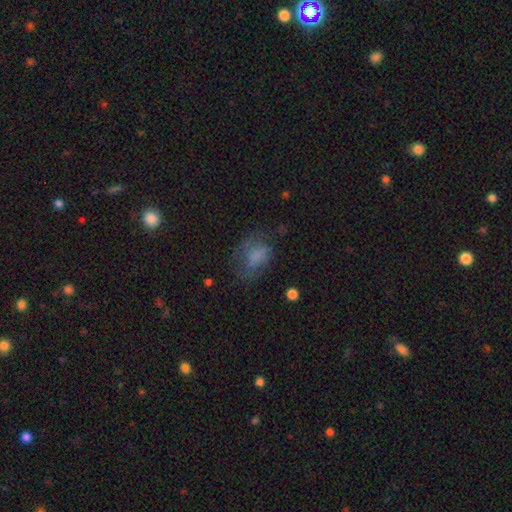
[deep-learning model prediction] smooth 62%, featured or disk 25%, star or artifact 13%. Down the decision tree: how rounded — in between (73%); merging — none (44%).